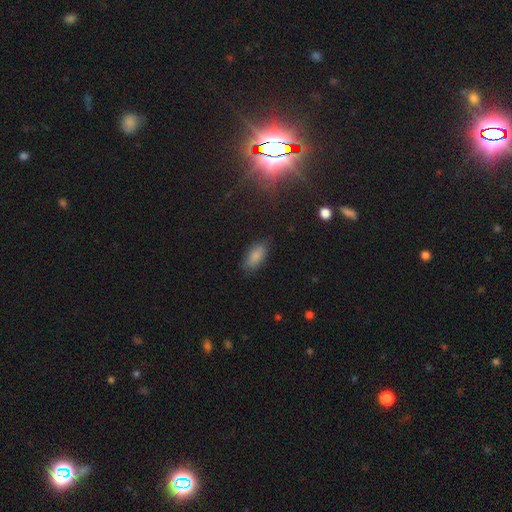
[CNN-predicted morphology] Q: Smooth or featured?
A: smooth (85%); runner-up: star or artifact (8%)
Q: How rounded?
A: in between (87%); runner-up: cigar-shaped (11%)
Q: Merging?
A: none (82%); runner-up: minor disturbance (14%)